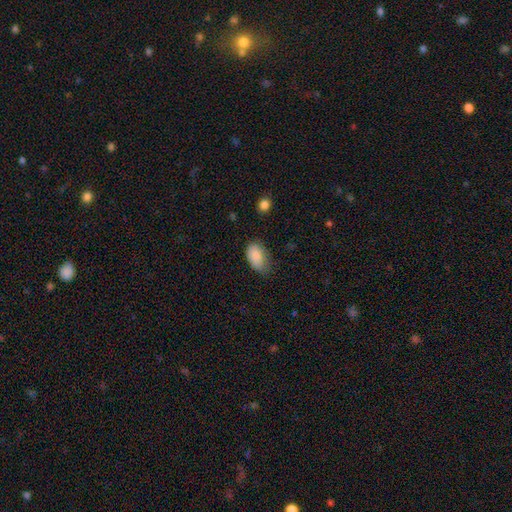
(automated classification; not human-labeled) The model was most divided on "merging": none: 52%, minor disturbance: 37%, major disturbance: 9%, merger: 2%. More confident: how rounded — in between (92%); smooth or featured — smooth (86%).